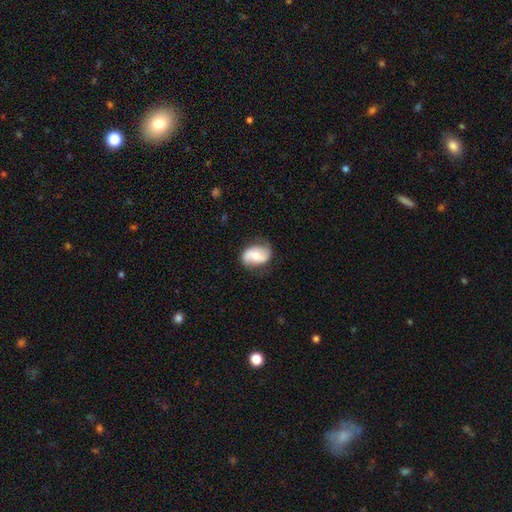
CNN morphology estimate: Smooth or featured?
  - featured or disk: 52% *
  - smooth: 41%
  - star or artifact: 7%
Edge-on disk?
  - no: 96% *
  - yes: 4%
Bar?
  - no: 49% *
  - weak: 33%
  - strong: 18%
Spiral arms?
  - yes: 78% *
  - no: 22%
Bulge size?
  - moderate: 65% *
  - small: 27%
  - large: 5%
  - none: 1%
  - dominant: 1%
Merging?
  - none: 72% *
  - minor disturbance: 21%
  - major disturbance: 6%
  - merger: 1%